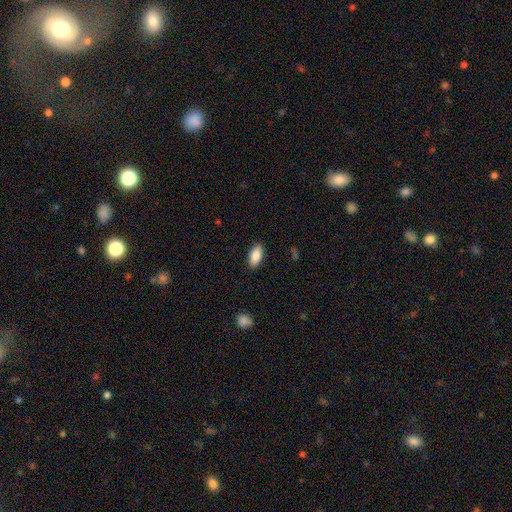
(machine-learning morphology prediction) The model was most divided on "how rounded": in between: 88%, cigar-shaped: 10%, round: 2%. More confident: merging — none (88%); smooth or featured — smooth (87%).